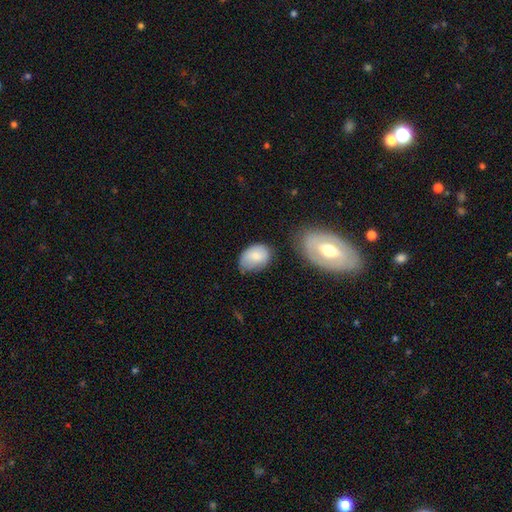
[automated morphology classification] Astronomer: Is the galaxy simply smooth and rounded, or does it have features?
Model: smooth — 81%.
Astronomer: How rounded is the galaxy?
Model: in between — 80%.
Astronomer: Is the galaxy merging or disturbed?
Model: none — 46% (runner-up: minor disturbance, 36%).